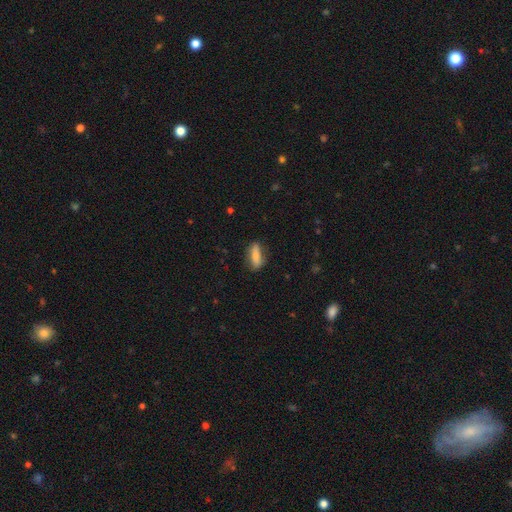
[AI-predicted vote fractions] Smooth or featured: smooth — 71% (featured or disk — 22%)
How rounded: in between — 58% (cigar-shaped — 38%)
Merging: none — 77% (minor disturbance — 17%)